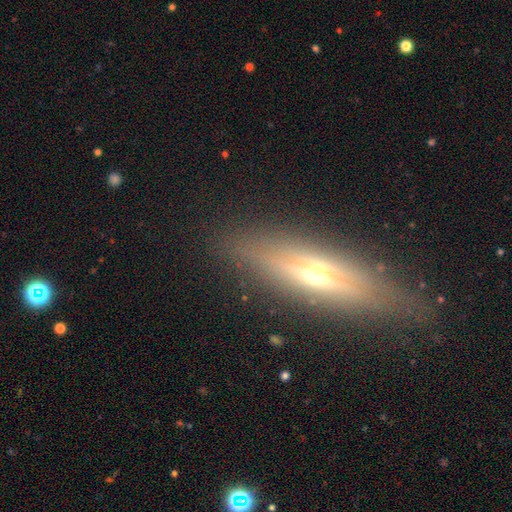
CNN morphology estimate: The model was most divided on "smooth or featured": featured or disk: 60%, smooth: 31%, star or artifact: 10%. More confident: edge-on bulge — rounded (87%); edge-on disk — yes (84%); merging — none (82%).